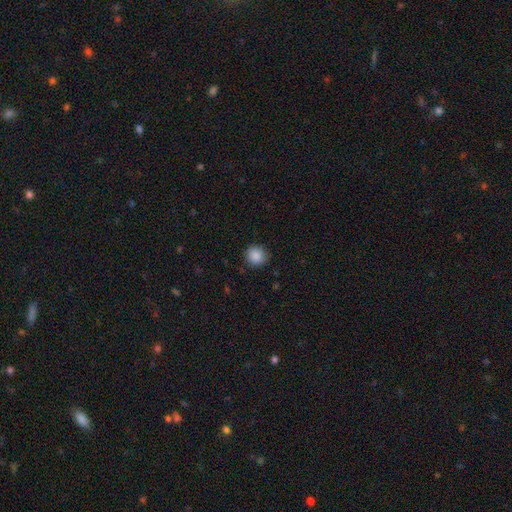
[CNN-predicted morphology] smooth_or_featured: smooth (p=0.88) [alt: star or artifact p=0.09]
how_rounded: round (p=0.91) [alt: in between p=0.08]
merging: none (p=0.88) [alt: minor disturbance p=0.08]